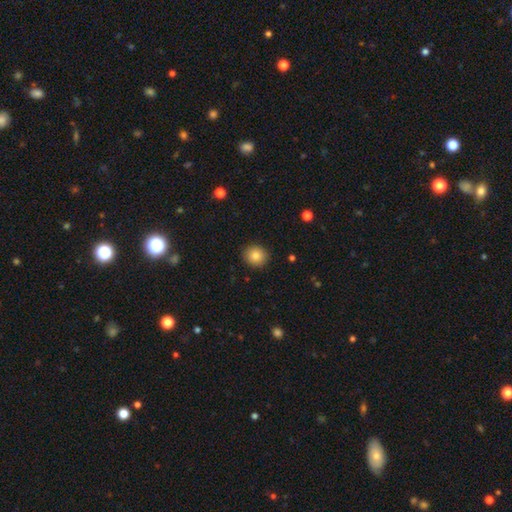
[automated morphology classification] Overall: smooth (84%). How rounded: round (85%). Merging: none (91%).